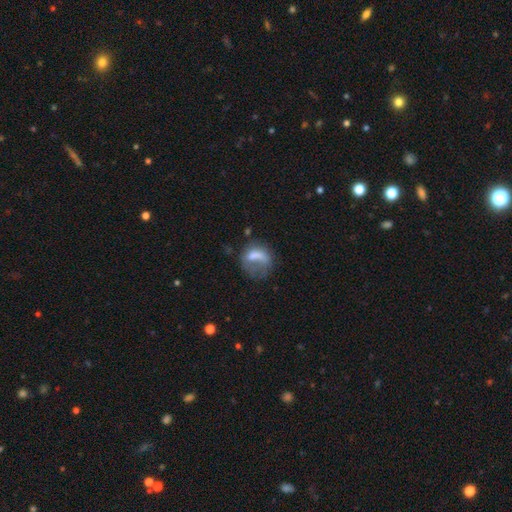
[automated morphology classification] This is possibly a smooth galaxy (55%). How rounded: possibly round (50%). Merging: marginally major disturbance (44%).